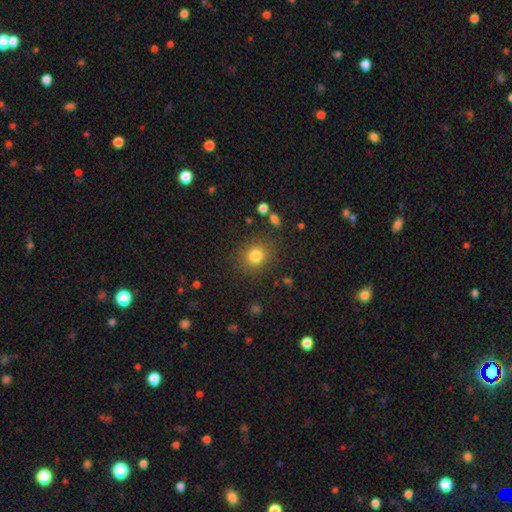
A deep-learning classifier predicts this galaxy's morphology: This appears to be a smooth galaxy with no disk features (81%) that is round (76%). Merging: none (85%).